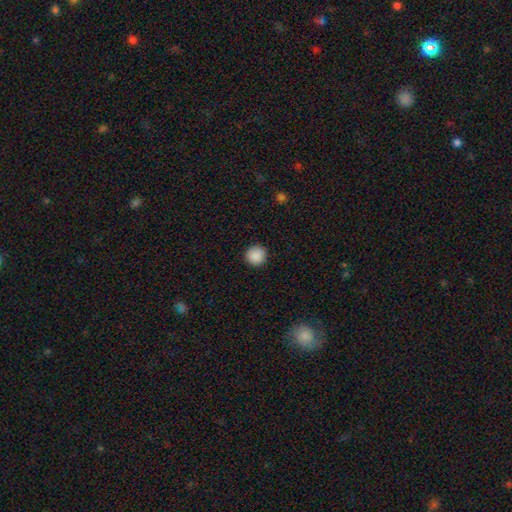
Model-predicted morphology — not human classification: This is clearly a smooth galaxy (89%). How rounded: clearly round (95%). Merging: clearly none (92%).